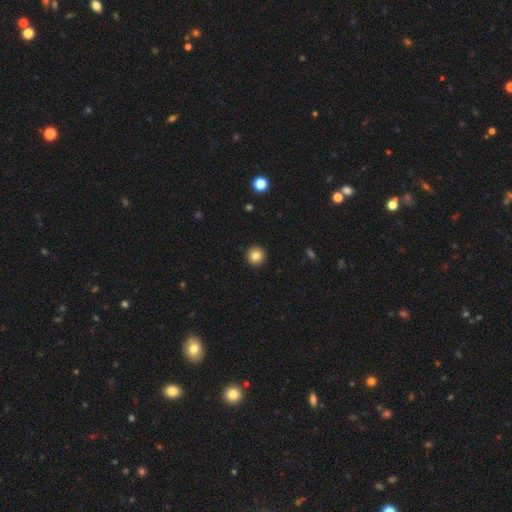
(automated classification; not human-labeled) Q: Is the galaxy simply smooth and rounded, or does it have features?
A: smooth — 83%.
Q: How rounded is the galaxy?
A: round — 95%.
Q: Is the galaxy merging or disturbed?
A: none — 93%.